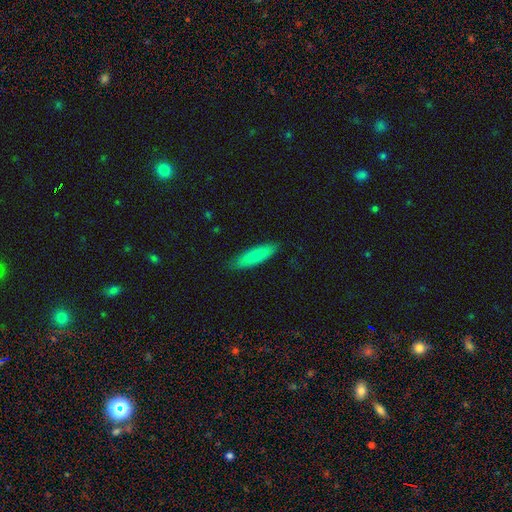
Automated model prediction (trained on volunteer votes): Overall: smooth (79%). How rounded: cigar-shaped (64%; in between 34%). Merging: none (87%).